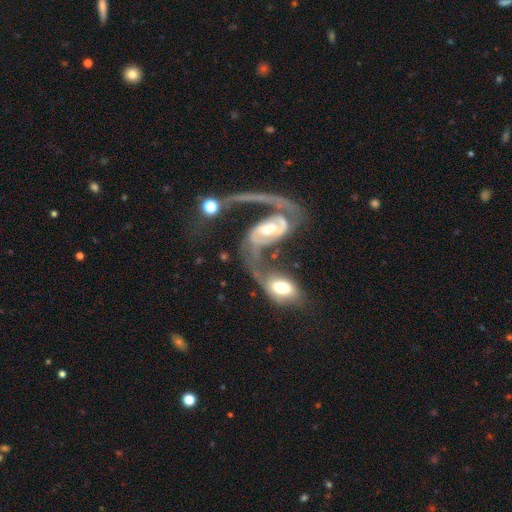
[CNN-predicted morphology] Smooth or featured?
  - featured or disk: 81% *
  - smooth: 11%
  - star or artifact: 7%
Edge-on disk?
  - no: 95% *
  - yes: 5%
Bar?
  - weak: 39% *
  - no: 32%
  - strong: 29%
Spiral arms?
  - yes: 92% *
  - no: 8%
Spiral winding?
  - loose: 47% *
  - medium: 39%
  - tight: 14%
Spiral arm count?
  - 2: 82% *
  - 1: 9%
  - can't tell: 5%
  - 3: 2%
  - 4: 1%
  - more than 4: 1%
Bulge size?
  - moderate: 53% *
  - small: 22%
  - large: 18%
  - none: 4%
  - dominant: 3%
Merging?
  - merger: 58% *
  - none: 18%
  - major disturbance: 16%
  - minor disturbance: 8%